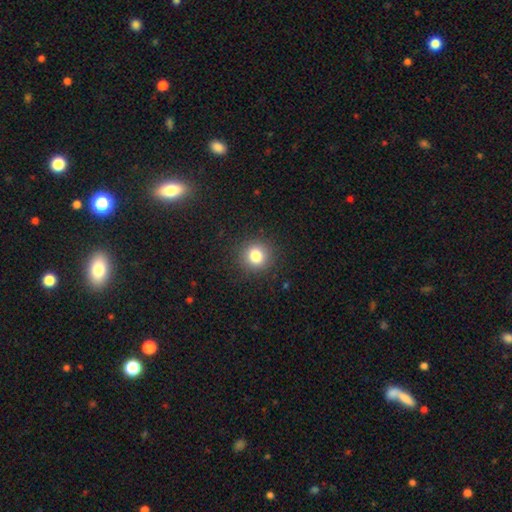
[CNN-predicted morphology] Smooth or featured?
  - smooth: 82% *
  - star or artifact: 12%
  - featured or disk: 7%
How rounded?
  - round: 89% *
  - in between: 10%
  - cigar-shaped: 1%
Merging?
  - none: 89% *
  - minor disturbance: 7%
  - major disturbance: 3%
  - merger: 1%